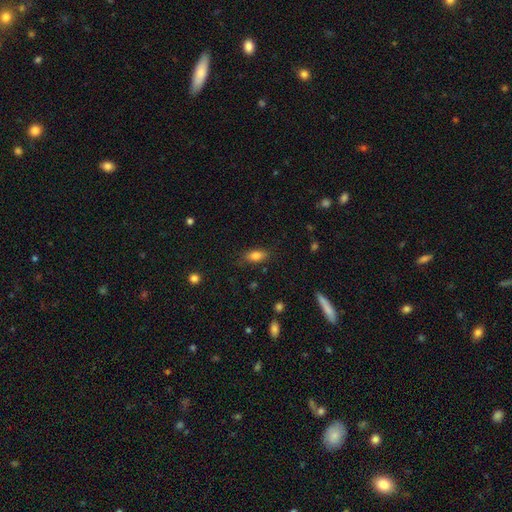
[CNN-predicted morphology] type=smooth (81%); roundness=in between (81%); merging=none (81%).